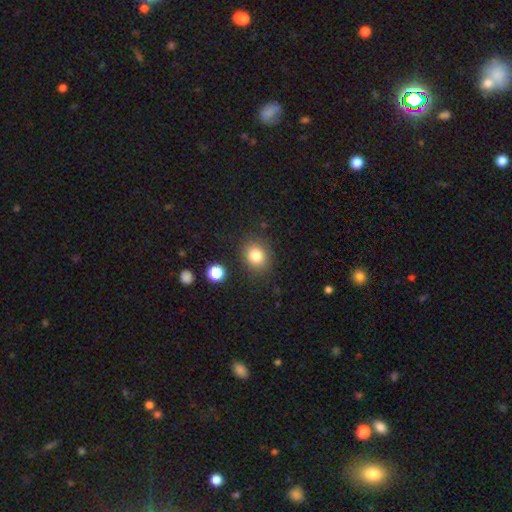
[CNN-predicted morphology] A smooth galaxy with no disk features (81%) that is round (68%). Merging: none (83%).